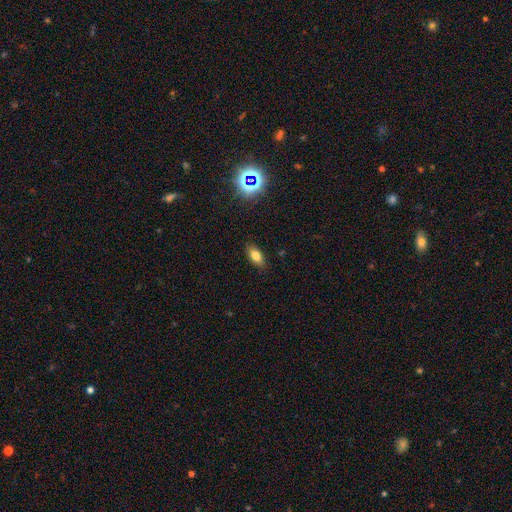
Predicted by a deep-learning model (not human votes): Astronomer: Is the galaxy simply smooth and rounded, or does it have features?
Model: smooth — 77%.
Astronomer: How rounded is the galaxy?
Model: in between — 85%.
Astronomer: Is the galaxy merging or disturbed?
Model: none — 86%.